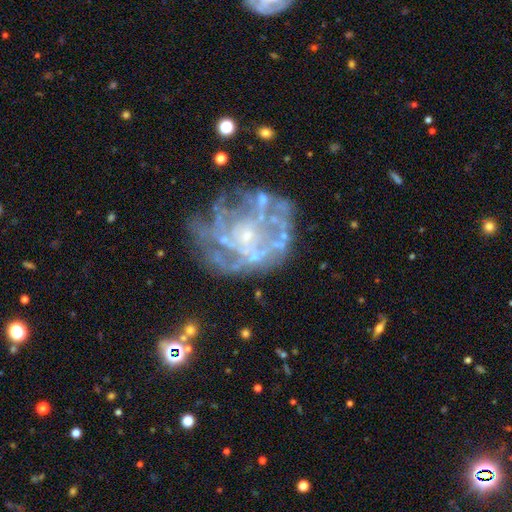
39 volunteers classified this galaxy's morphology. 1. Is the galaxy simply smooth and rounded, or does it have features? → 82% featured or disk, 13% star or artifact, 5% smooth.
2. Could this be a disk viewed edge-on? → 97% no, 3% yes.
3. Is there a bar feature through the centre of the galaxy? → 77% no, 23% weak, 0% strong.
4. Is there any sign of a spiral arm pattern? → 55% no, 45% yes.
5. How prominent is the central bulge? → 87% small, 6% none, 3% large, 3% moderate, 0% dominant.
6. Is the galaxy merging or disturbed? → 38% major disturbance, 35% none, 18% minor disturbance, 9% merger.